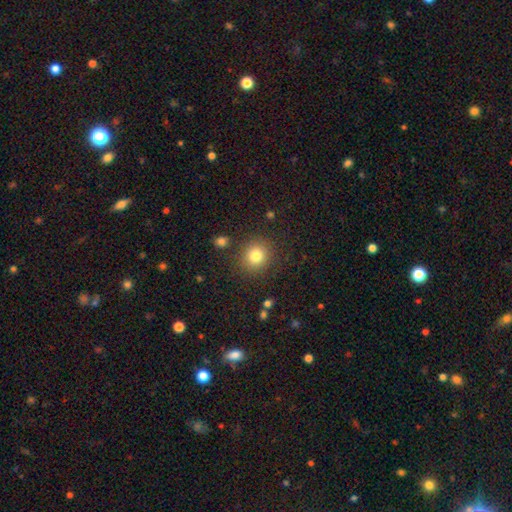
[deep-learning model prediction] A smooth galaxy with no disk features (81%) that is round (87%). Merging: none (86%).